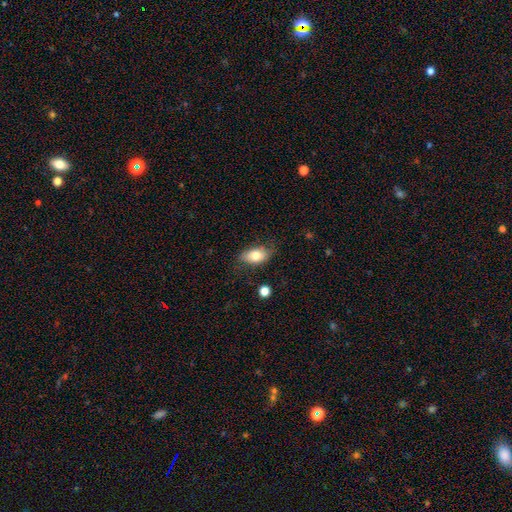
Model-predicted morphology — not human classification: The model was most divided on "merging": none: 71%, minor disturbance: 22%, major disturbance: 6%, merger: 2%. More confident: how rounded — in between (90%); smooth or featured — smooth (76%).